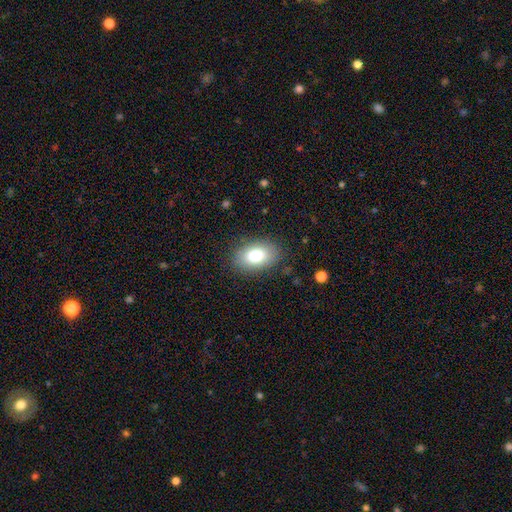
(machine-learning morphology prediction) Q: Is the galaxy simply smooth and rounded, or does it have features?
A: smooth — 80%.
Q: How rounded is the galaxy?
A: in between — 88%.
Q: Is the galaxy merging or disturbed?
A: none — 84%.